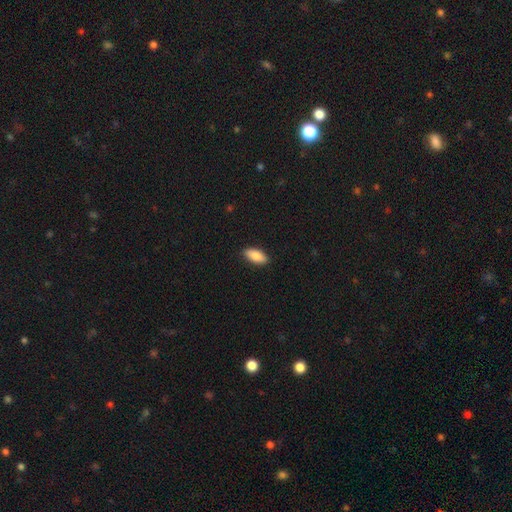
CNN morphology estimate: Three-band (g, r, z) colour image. It shows a smooth galaxy with no disk features (84%) that is in between round and cigar-shaped (86%). Merging: none (90%).